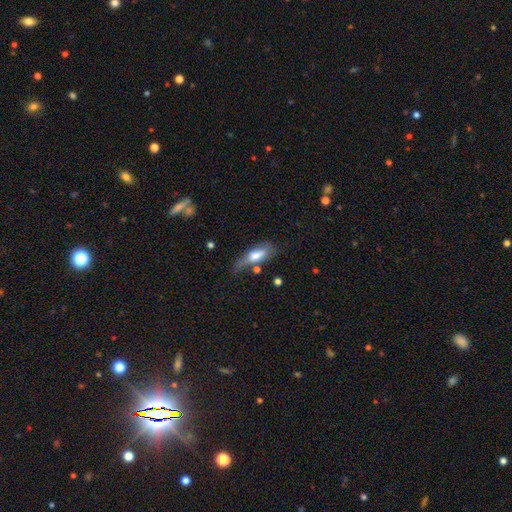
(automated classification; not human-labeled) A smooth galaxy with no disk features (63%) that is in between round and cigar-shaped (58%). Merging: none (43%).